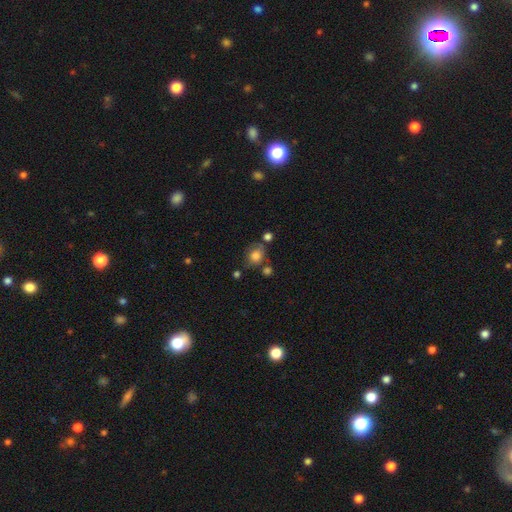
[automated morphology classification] Smooth or featured: smooth — 73% (featured or disk — 16%)
How rounded: round — 60% (in between — 39%)
Merging: none — 55% (minor disturbance — 22%)